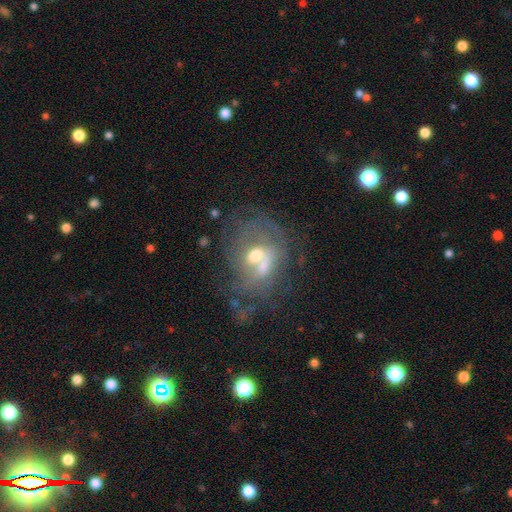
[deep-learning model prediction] smooth_or_featured: featured or disk (p=0.59) [alt: smooth p=0.27]
disk_edge_on: no (p=0.96) [alt: yes p=0.04]
bar: no (p=0.69) [alt: weak p=0.24]
has_spiral_arms: no (p=0.66) [alt: yes p=0.34]
bulge_size: moderate (p=0.62) [alt: small p=0.25]
merging: merger (p=0.40) [alt: none p=0.28]